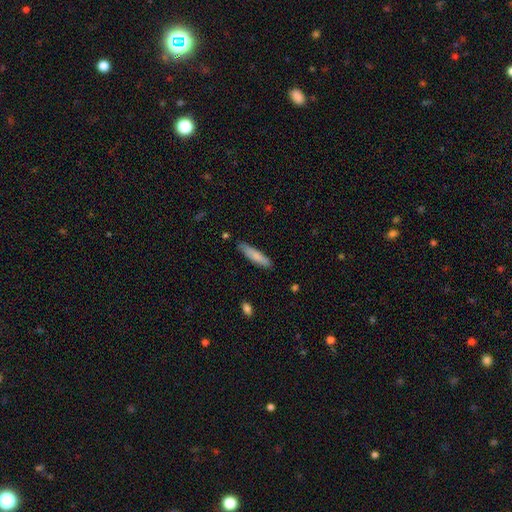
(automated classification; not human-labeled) This is likely a smooth galaxy (79%). How rounded: likely cigar-shaped (79%). Merging: clearly none (83%).